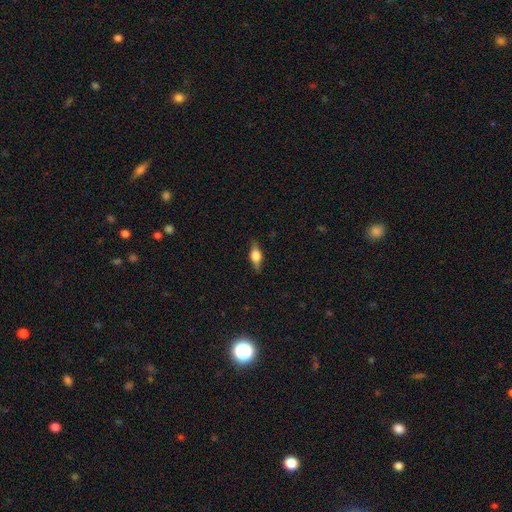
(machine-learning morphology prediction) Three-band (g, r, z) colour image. It shows a smooth galaxy with no disk features (58%) that is in between round and cigar-shaped (72%). Merging: none (83%).